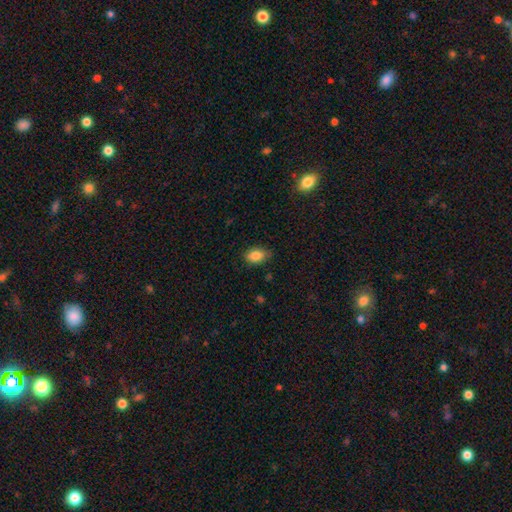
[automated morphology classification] Smooth or featured? smooth (86%)
How rounded? in between (86%)
Merging? none (79%)